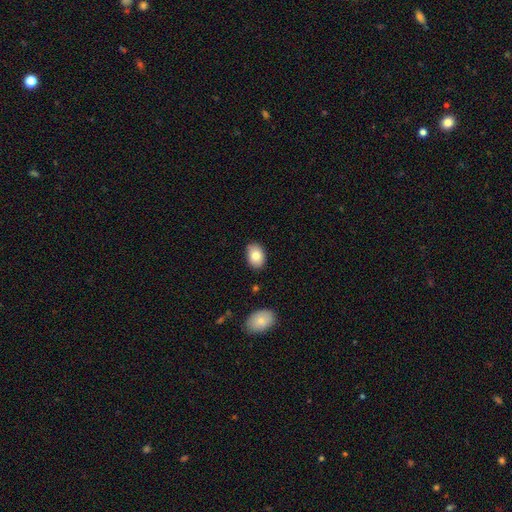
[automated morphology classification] Smooth or featured? smooth (81%)
How rounded? in between (84%)
Merging? none (84%)